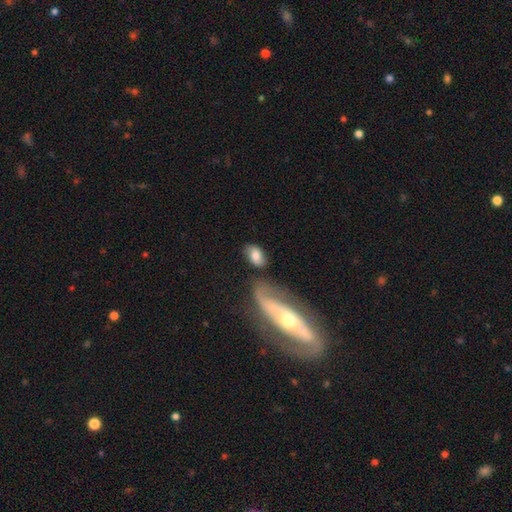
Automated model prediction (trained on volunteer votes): A smooth galaxy with no disk features (73%) that is in between round and cigar-shaped (89%). Merging: none (63%).